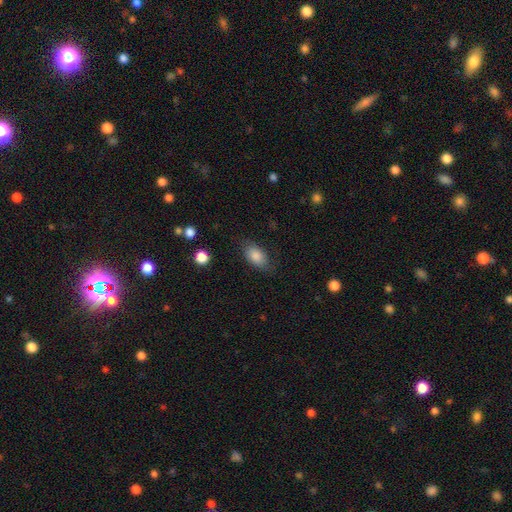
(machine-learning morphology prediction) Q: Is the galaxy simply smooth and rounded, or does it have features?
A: smooth — 83%.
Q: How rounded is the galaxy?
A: in between — 90%.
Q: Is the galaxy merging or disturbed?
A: none — 76%.